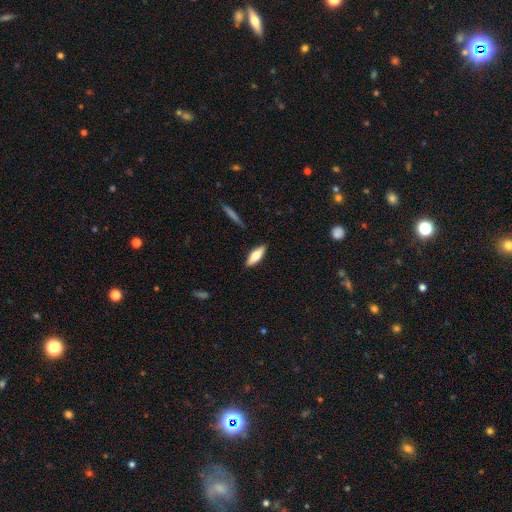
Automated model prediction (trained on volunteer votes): Smooth or featured? smooth (68%)
How rounded? in between (58%)
Merging? none (88%)